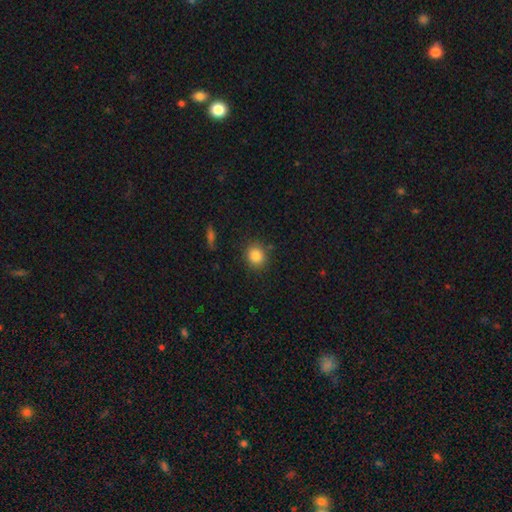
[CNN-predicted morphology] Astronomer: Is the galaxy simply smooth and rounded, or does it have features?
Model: smooth — 84%.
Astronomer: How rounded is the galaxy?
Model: round — 78%.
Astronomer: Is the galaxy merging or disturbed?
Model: none — 85%.